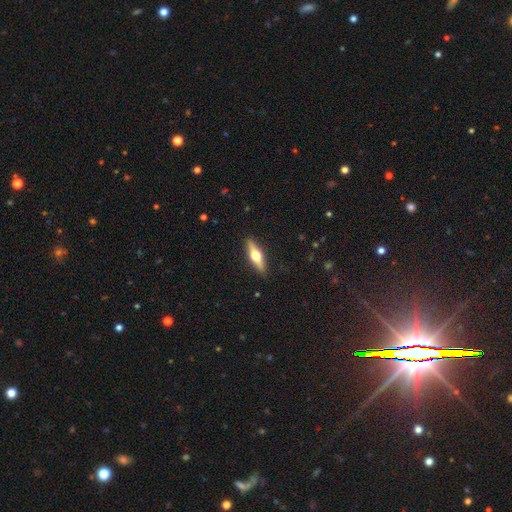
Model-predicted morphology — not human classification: Smooth or featured: featured or disk — 55% (smooth — 39%)
Edge-on disk: yes — 93% (no — 7%)
Edge-on bulge: rounded — 95% (boxy — 3%)
Merging: none — 90% (minor disturbance — 8%)